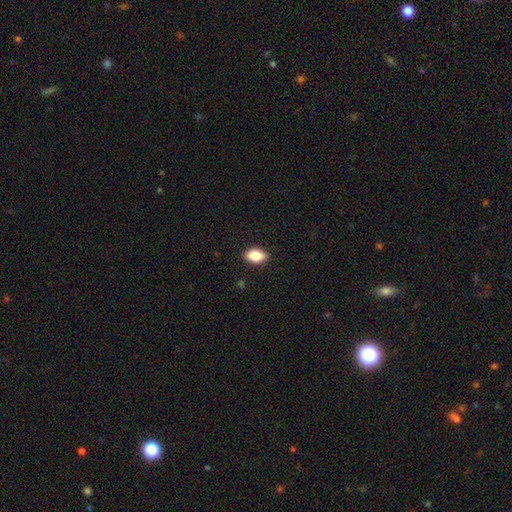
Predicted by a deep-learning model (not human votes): This appears to be a smooth galaxy with no disk features (81%) that is in between round and cigar-shaped (87%). Merging: none (88%).